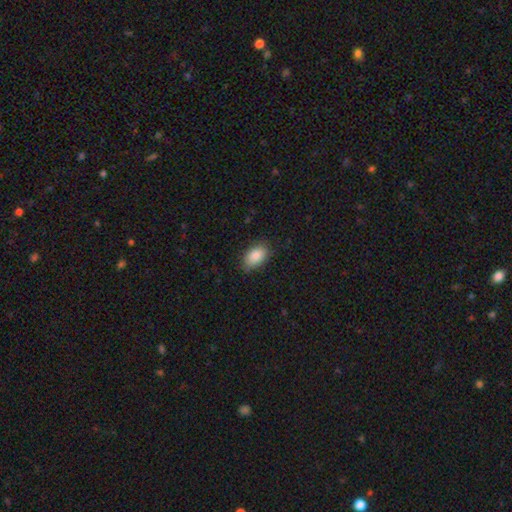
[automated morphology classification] Q: Smooth or featured?
A: smooth (87%); runner-up: star or artifact (7%)
Q: How rounded?
A: in between (90%); runner-up: round (8%)
Q: Merging?
A: none (81%); runner-up: minor disturbance (15%)